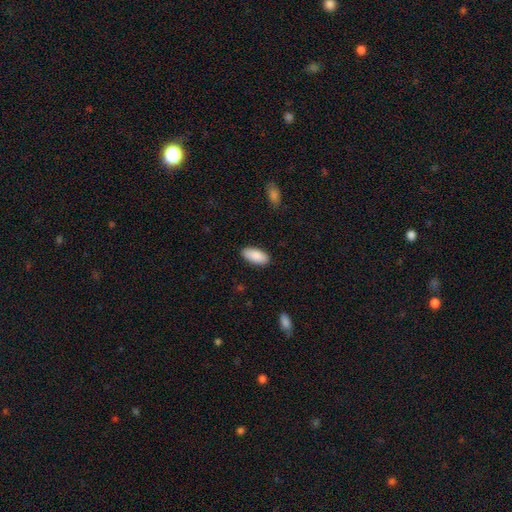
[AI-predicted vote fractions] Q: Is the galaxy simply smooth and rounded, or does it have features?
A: smooth — 90%.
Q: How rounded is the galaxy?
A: in between — 92%.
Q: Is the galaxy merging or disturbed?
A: none — 89%.